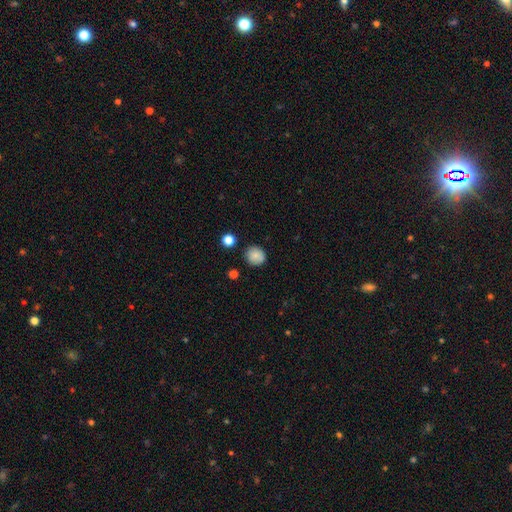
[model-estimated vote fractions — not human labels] Smooth or featured? Predicted: smooth (p=0.83). How rounded? Predicted: round (p=0.86). Merging? Predicted: none (p=0.80).